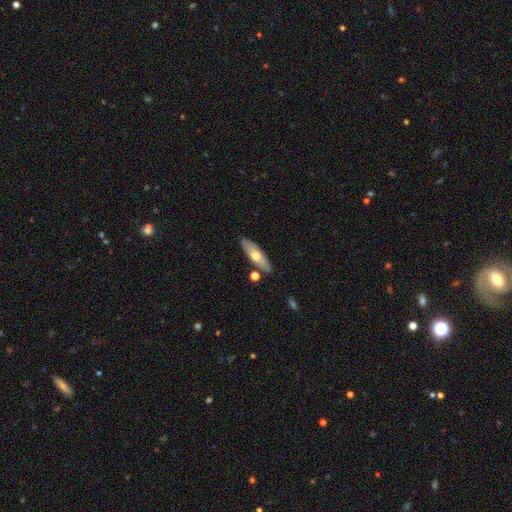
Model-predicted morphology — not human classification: Smooth or featured?
  - smooth: 58% *
  - featured or disk: 36%
  - star or artifact: 6%
How rounded?
  - cigar-shaped: 50% *
  - in between: 48%
  - round: 3%
Merging?
  - none: 81% *
  - minor disturbance: 11%
  - merger: 5%
  - major disturbance: 2%